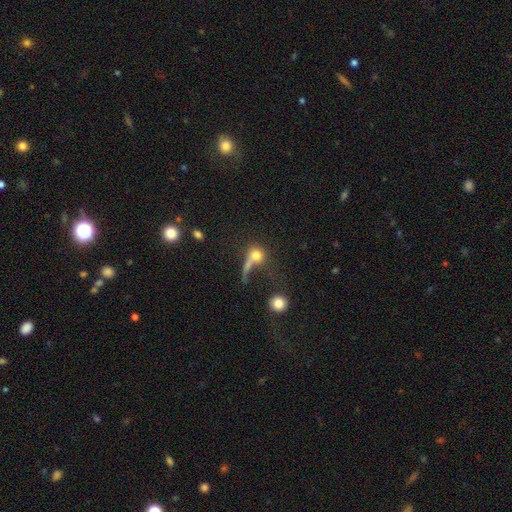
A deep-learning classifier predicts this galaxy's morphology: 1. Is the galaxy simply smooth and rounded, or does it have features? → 68% smooth, 20% featured or disk, 12% star or artifact.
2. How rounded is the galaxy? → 73% round, 21% in between, 6% cigar-shaped.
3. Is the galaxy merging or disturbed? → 33% major disturbance, 31% none, 23% merger, 13% minor disturbance.